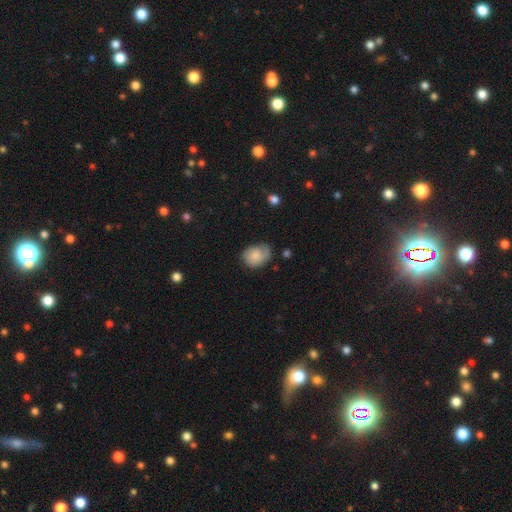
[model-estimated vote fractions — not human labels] Overall: smooth (68%). How rounded: in between (67%; round 33%). Merging: none (55%; minor disturbance 32%).